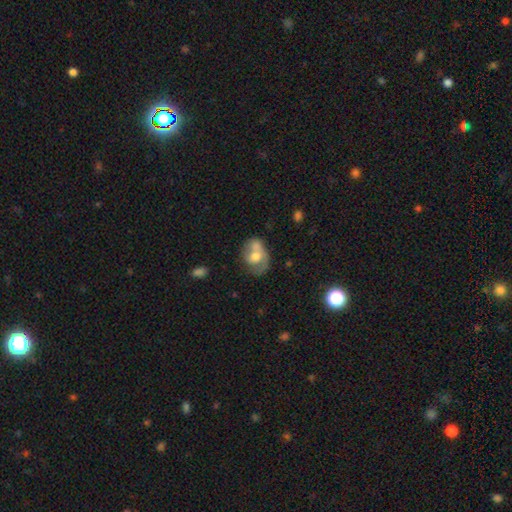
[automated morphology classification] This appears to be a featured or disk galaxy (46%, tied with smooth). Merging: none (33%).